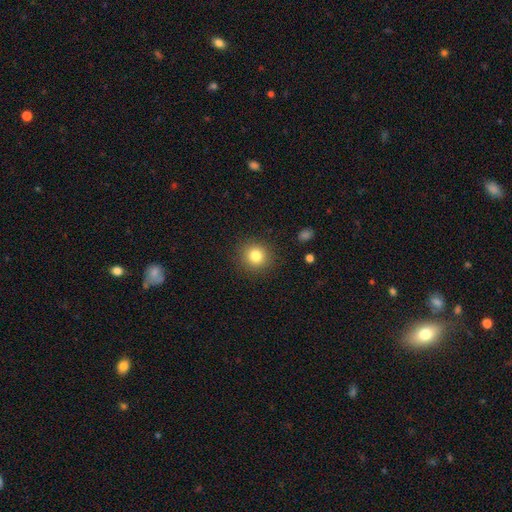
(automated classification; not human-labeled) Morphology: type=smooth (81%); roundness=round (91%); merging=none (89%).